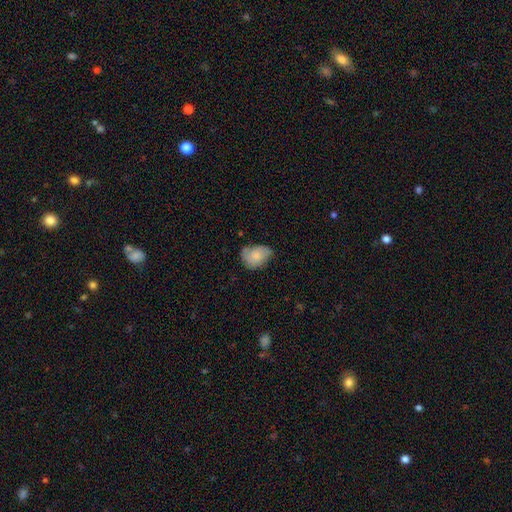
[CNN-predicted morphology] smooth 67%, featured or disk 26%, star or artifact 8%. Down the decision tree: how rounded — in between (75%); merging — none (48%).